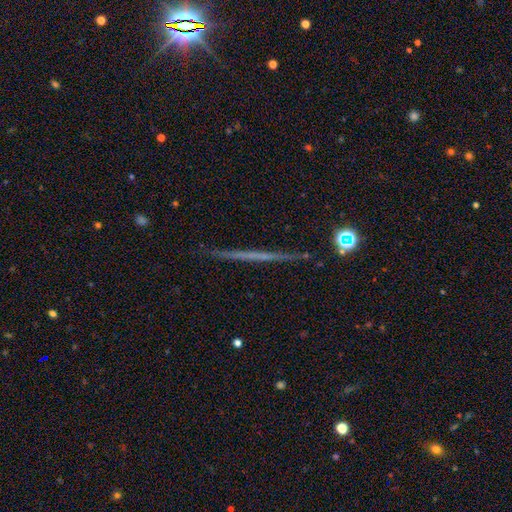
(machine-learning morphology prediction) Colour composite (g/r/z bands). It shows a featured or disk galaxy (61%) viewed edge-on (97%) with no central bulge (89%). Merging: none (92%).